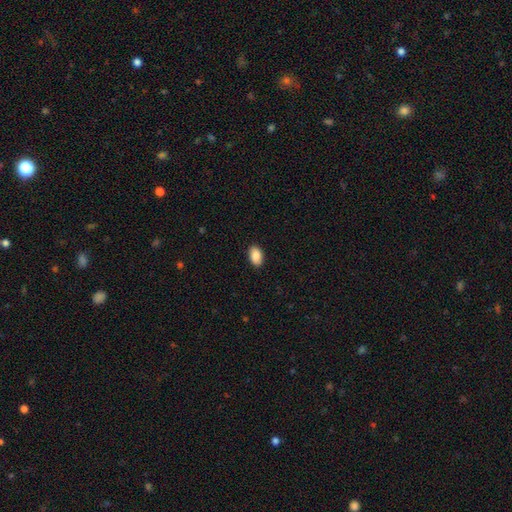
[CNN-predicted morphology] Q: Smooth or featured?
A: smooth (89%); runner-up: star or artifact (7%)
Q: How rounded?
A: in between (91%); runner-up: round (8%)
Q: Merging?
A: none (90%); runner-up: minor disturbance (7%)